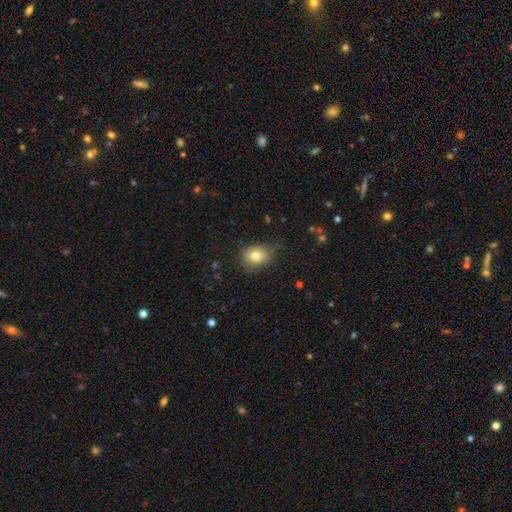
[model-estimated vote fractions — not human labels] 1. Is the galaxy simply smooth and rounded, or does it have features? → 81% smooth, 9% featured or disk, 9% star or artifact.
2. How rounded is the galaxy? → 56% in between, 43% round, 1% cigar-shaped.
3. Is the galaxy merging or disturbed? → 65% none, 27% minor disturbance, 6% major disturbance, 1% merger.